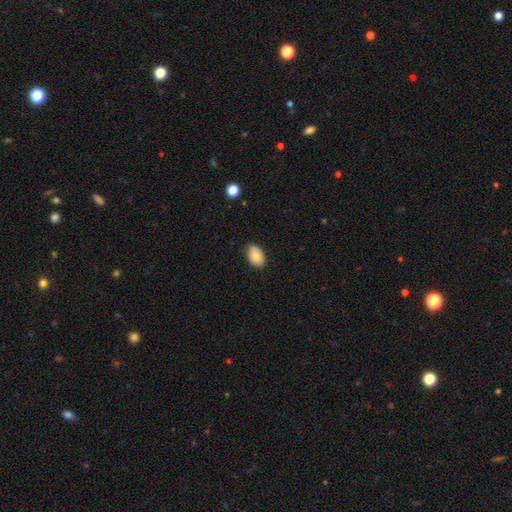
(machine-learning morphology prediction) Smooth or featured? Predicted: smooth (p=0.81). How rounded? Predicted: in between (p=0.90). Merging? Predicted: none (p=0.84).